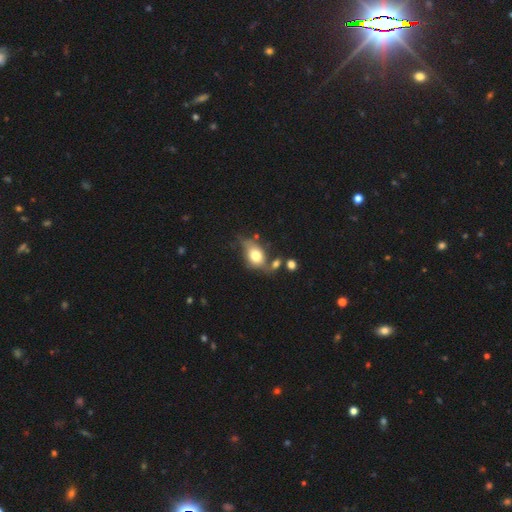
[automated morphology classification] smooth_or_featured: smooth (p=0.72) [alt: featured or disk p=0.20]
how_rounded: in between (p=0.76) [alt: round p=0.21]
merging: none (p=0.47) [alt: minor disturbance p=0.26]